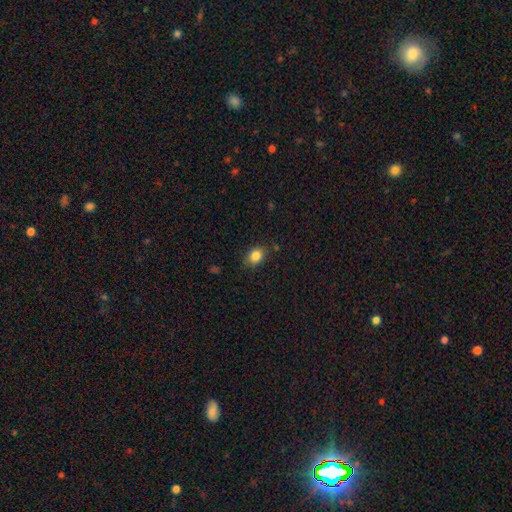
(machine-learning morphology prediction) Smooth or featured? Predicted: smooth (p=0.85). How rounded? Predicted: in between (p=0.55). Merging? Predicted: none (p=0.81).